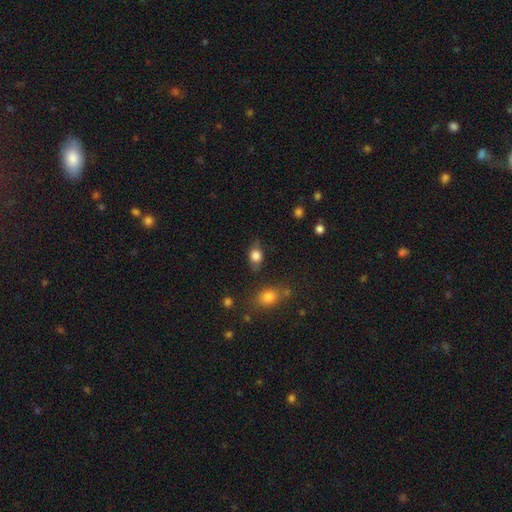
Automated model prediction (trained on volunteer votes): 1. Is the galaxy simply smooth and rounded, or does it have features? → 81% smooth, 10% star or artifact, 9% featured or disk.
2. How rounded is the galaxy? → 59% in between, 39% round, 2% cigar-shaped.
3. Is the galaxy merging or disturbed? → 70% none, 21% minor disturbance, 6% major disturbance, 3% merger.